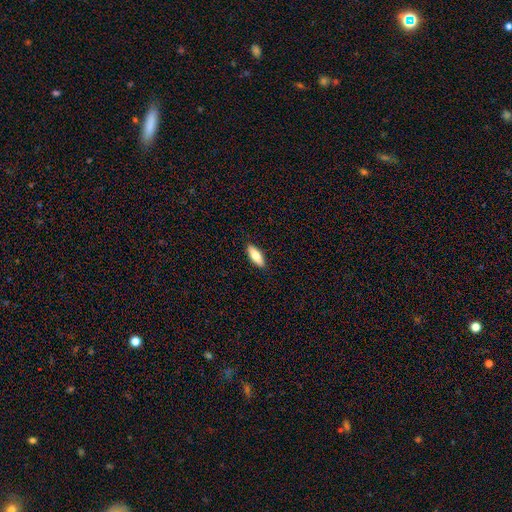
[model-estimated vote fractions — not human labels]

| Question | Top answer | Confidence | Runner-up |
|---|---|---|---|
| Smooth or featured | smooth | 76% | featured or disk (18%) |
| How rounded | in between | 64% | cigar-shaped (34%) |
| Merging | none | 90% | minor disturbance (8%) |